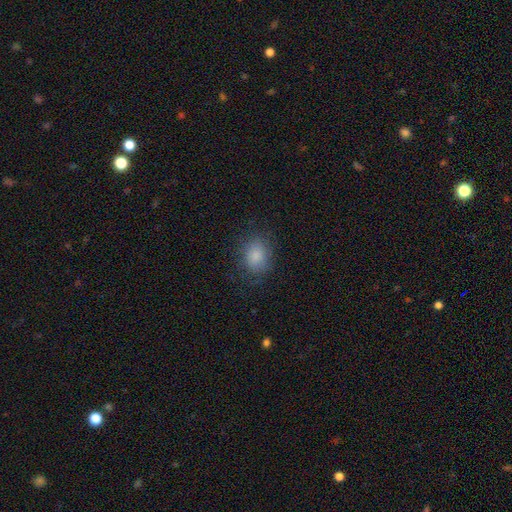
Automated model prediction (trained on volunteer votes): Smooth or featured: smooth — 84% (star or artifact — 9%)
How rounded: in between — 50% (round — 49%)
Merging: none — 78% (minor disturbance — 15%)